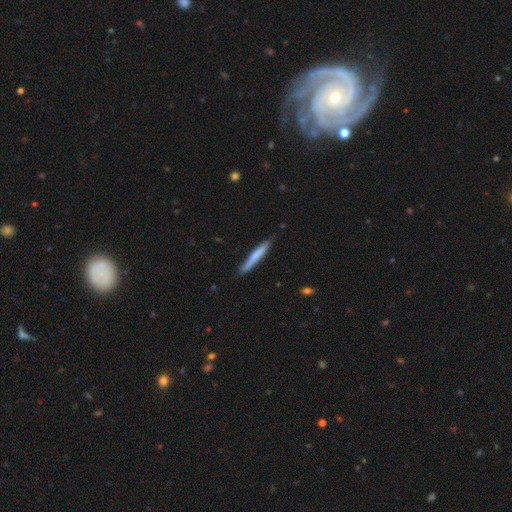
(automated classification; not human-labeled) This is likely a smooth galaxy (64%). How rounded: clearly cigar-shaped (96%). Merging: clearly none (82%).